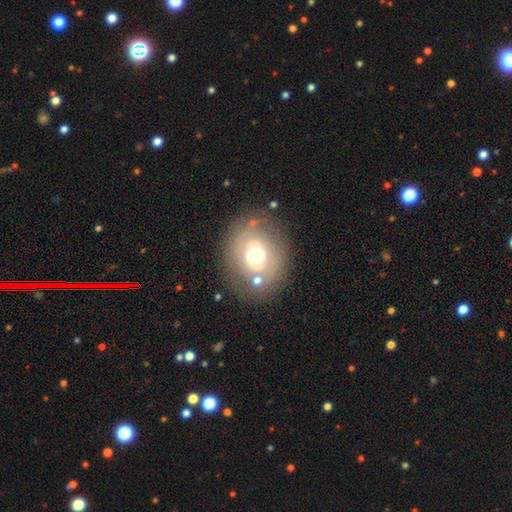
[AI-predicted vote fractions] Smooth or featured? smooth (54%)
How rounded? round (69%)
Merging? none (72%)